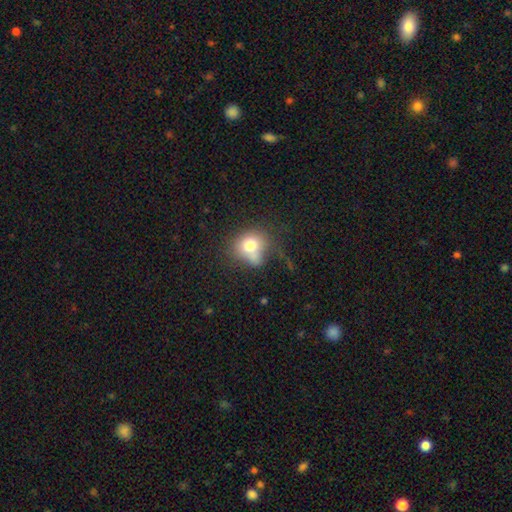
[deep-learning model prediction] Smooth or featured?
  - smooth: 72% *
  - featured or disk: 15%
  - star or artifact: 13%
How rounded?
  - round: 71% *
  - in between: 28%
  - cigar-shaped: 1%
Merging?
  - none: 50% *
  - minor disturbance: 22%
  - merger: 15%
  - major disturbance: 12%